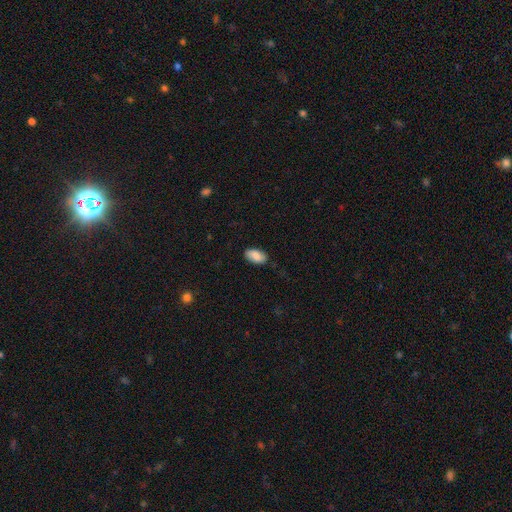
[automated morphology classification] Smooth or featured? Predicted: smooth (p=0.84). How rounded? Predicted: in between (p=0.95). Merging? Predicted: none (p=0.83).